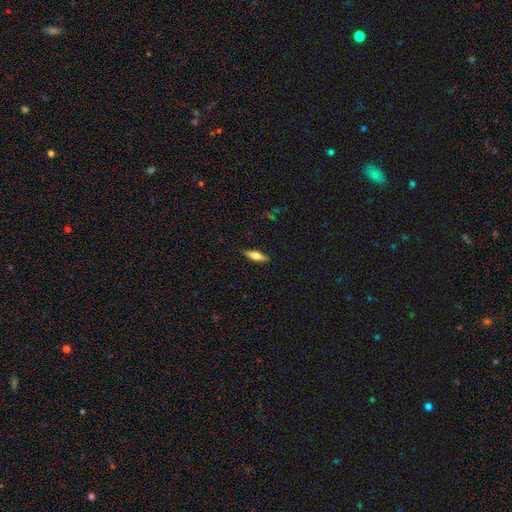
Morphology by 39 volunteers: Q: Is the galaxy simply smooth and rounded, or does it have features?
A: smooth — 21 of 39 (54%).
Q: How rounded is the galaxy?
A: cigar-shaped — 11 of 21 (52%).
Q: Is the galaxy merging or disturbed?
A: none — 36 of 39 (92%).